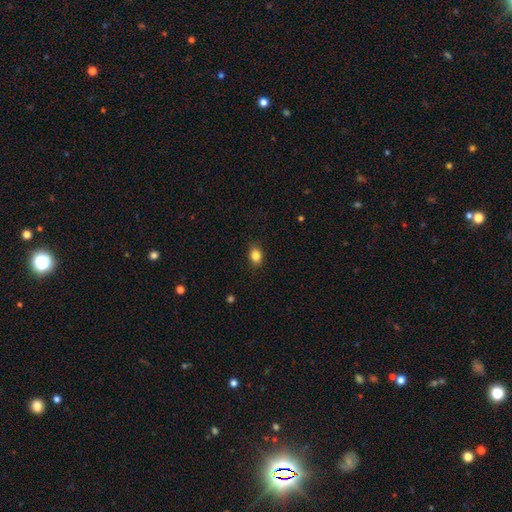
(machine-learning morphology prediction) smooth-or-featured: smooth: 85% | star or artifact: 10% | featured or disk: 6%
  how-rounded: in between: 62% | round: 37% | cigar-shaped: 1%
  merging: none: 86% | minor disturbance: 11% | major disturbance: 2% | merger: 1%